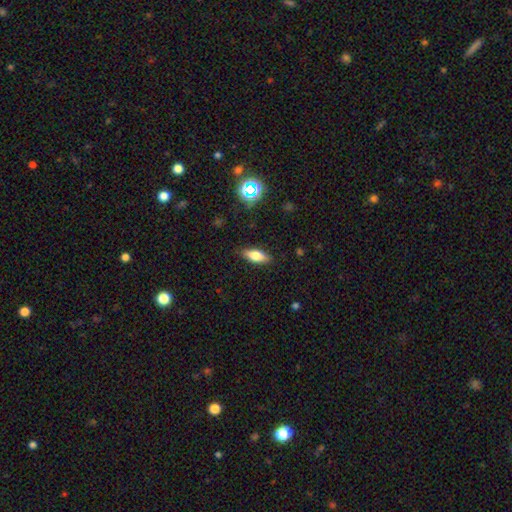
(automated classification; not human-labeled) Smooth or featured? smooth (64%)
How rounded? in between (66%)
Merging? none (86%)